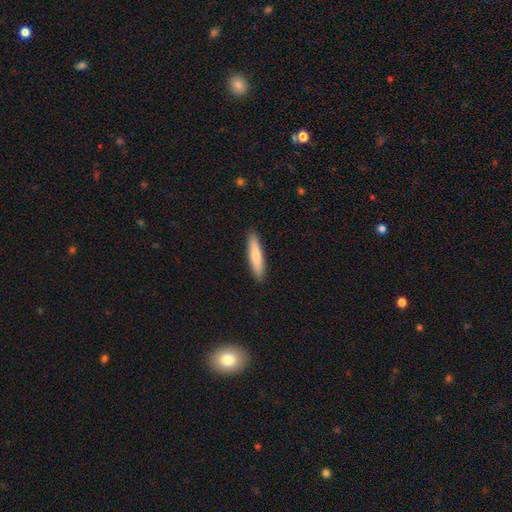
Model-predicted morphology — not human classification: Smooth or featured? smooth (75%)
How rounded? cigar-shaped (88%)
Merging? none (91%)